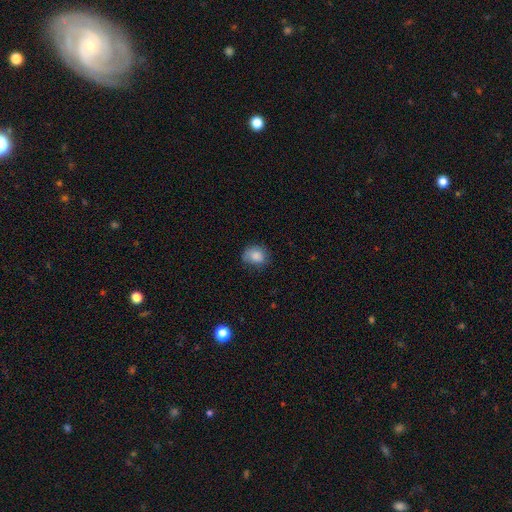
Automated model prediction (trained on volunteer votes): Smooth or featured? smooth (84%)
How rounded? round (57%)
Merging? none (65%)